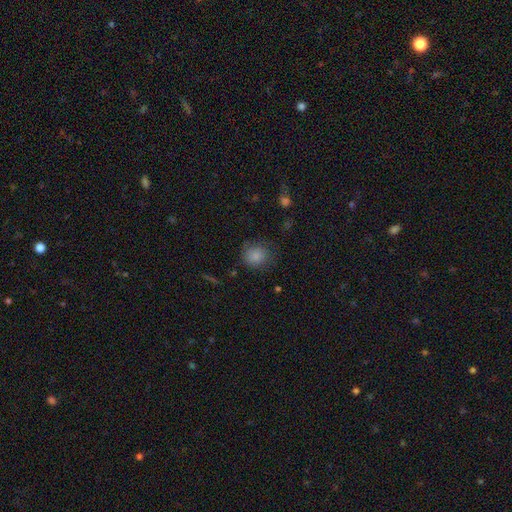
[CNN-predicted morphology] smooth 85%, star or artifact 10%, featured or disk 5%. Down the decision tree: how rounded — round (84%); merging — none (74%).